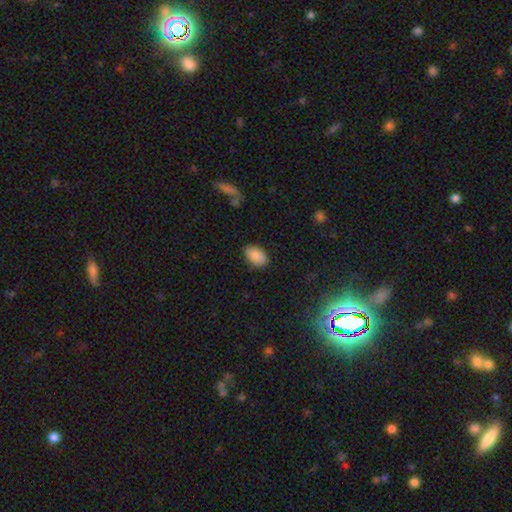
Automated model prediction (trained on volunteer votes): Morphology: type=smooth (88%); roundness=in between (91%); merging=none (84%).